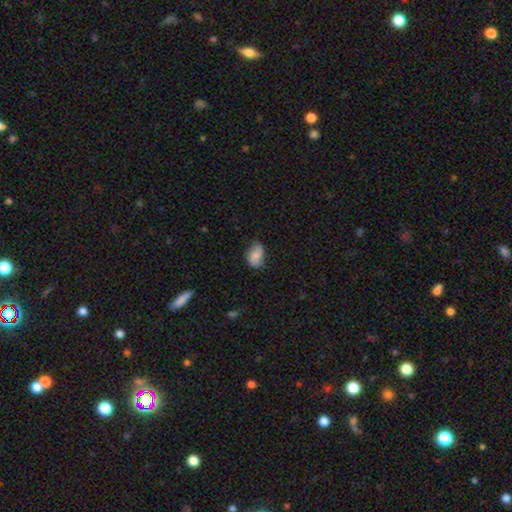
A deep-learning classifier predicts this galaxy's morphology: A smooth galaxy with no disk features (71%) that is in between round and cigar-shaped (82%).

Vote fractions:
- Smooth or featured? smooth: 71% / featured or disk: 21% / star or artifact: 8%
- How rounded? in between: 82% / round: 16% / cigar-shaped: 2%
- Merging? none: 65% / minor disturbance: 28% / major disturbance: 6% / merger: 1%